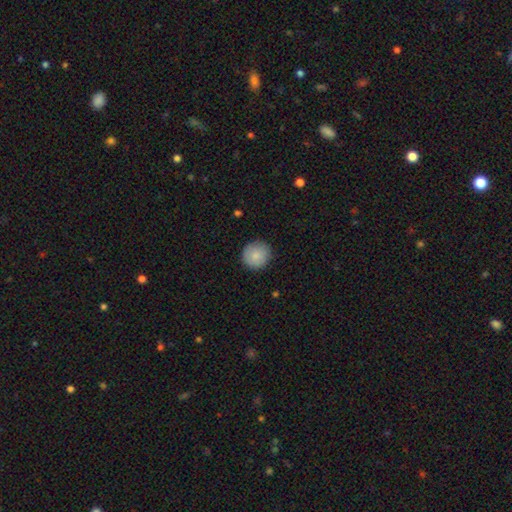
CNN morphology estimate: A smooth galaxy with no disk features (83%) that is round (93%).

Vote fractions:
- Smooth or featured? smooth: 83% / featured or disk: 10% / star or artifact: 7%
- How rounded? round: 93% / in between: 6% / cigar-shaped: 1%
- Merging? none: 87% / minor disturbance: 10% / major disturbance: 2% / merger: 1%